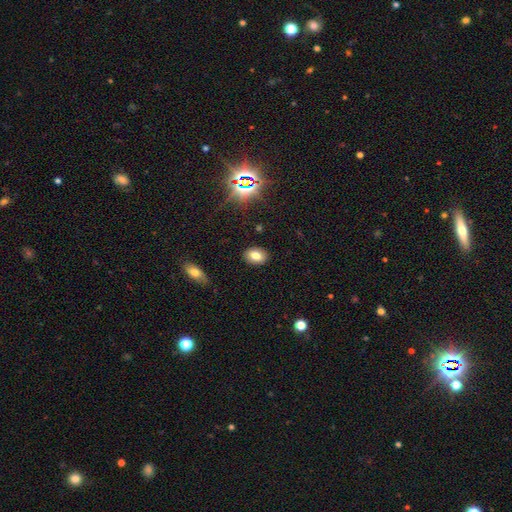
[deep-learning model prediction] Overall: smooth (75%). How rounded: in between (76%). Merging: none (88%).